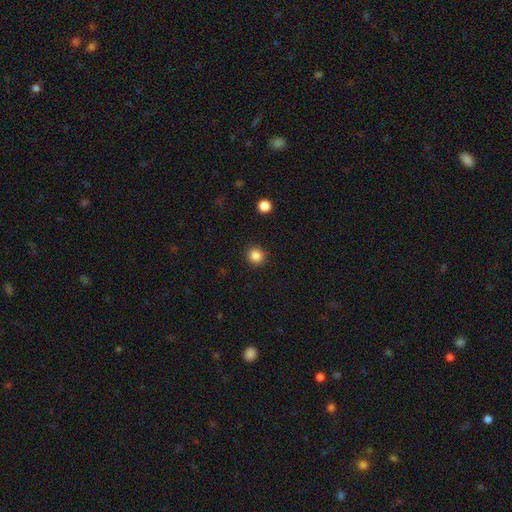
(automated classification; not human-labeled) The model was most divided on "smooth or featured": smooth: 85%, star or artifact: 11%, featured or disk: 3%. More confident: how rounded — round (92%); merging — none (91%).